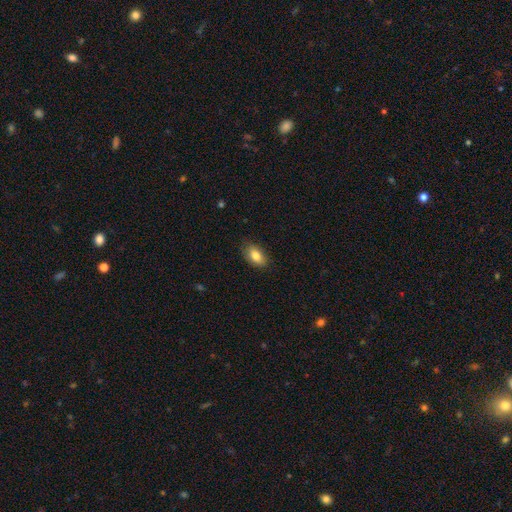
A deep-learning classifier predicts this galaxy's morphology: Smooth or featured? smooth (81%)
How rounded? in between (91%)
Merging? none (84%)